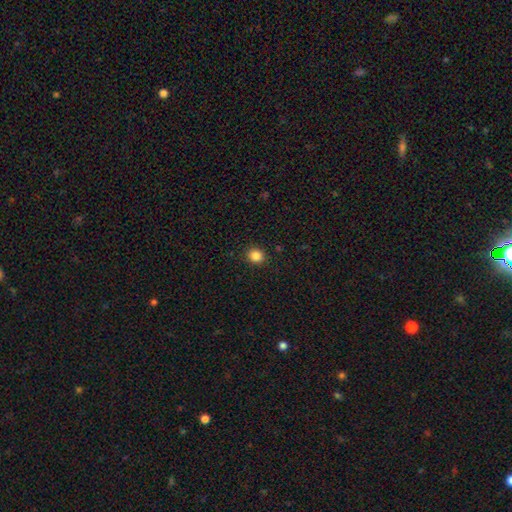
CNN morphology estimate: Smooth or featured?
  - smooth: 85% *
  - star or artifact: 12%
  - featured or disk: 4%
How rounded?
  - round: 82% *
  - in between: 17%
  - cigar-shaped: 1%
Merging?
  - none: 91% *
  - minor disturbance: 6%
  - major disturbance: 2%
  - merger: 1%